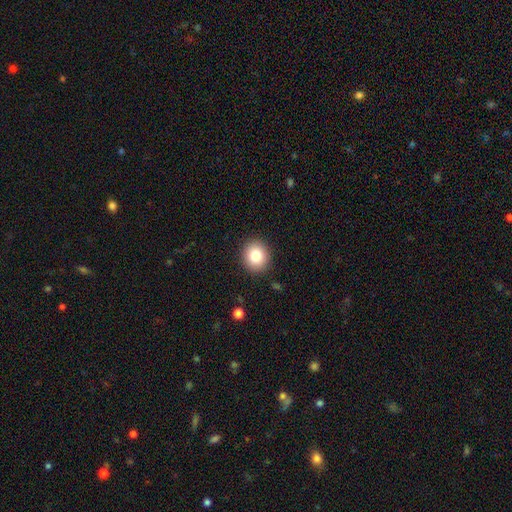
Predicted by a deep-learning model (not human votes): Smooth or featured: smooth — 82% (star or artifact — 10%)
How rounded: round — 82% (in between — 17%)
Merging: none — 90% (minor disturbance — 7%)